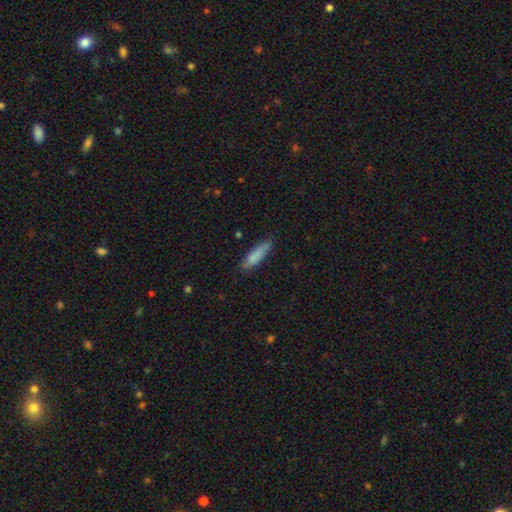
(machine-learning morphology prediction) Smooth or featured?
  - smooth: 82% *
  - featured or disk: 12%
  - star or artifact: 6%
How rounded?
  - cigar-shaped: 69% *
  - in between: 30%
  - round: 1%
Merging?
  - none: 77% *
  - minor disturbance: 18%
  - major disturbance: 3%
  - merger: 2%